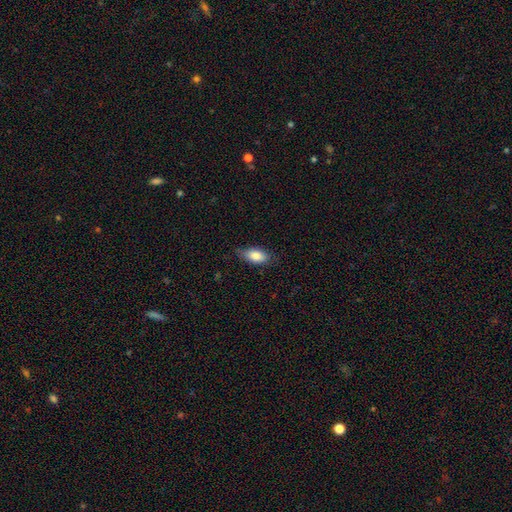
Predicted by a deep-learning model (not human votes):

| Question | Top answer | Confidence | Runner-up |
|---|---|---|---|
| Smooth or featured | smooth | 84% | featured or disk (9%) |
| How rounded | in between | 88% | cigar-shaped (9%) |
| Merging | none | 79% | minor disturbance (17%) |